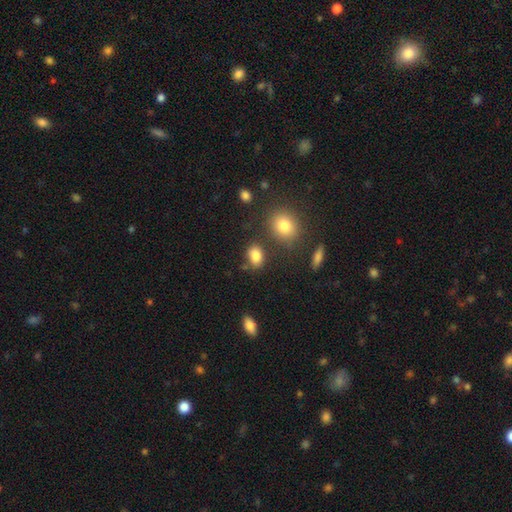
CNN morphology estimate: A smooth galaxy with no disk features (84%) that is in between round and cigar-shaped (74%). Merging: none (74%).